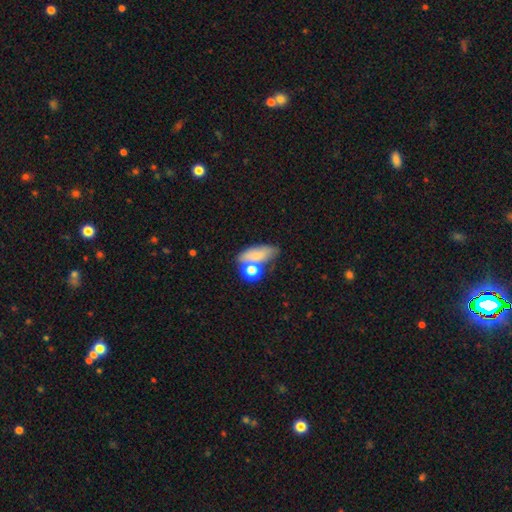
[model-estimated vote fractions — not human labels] smooth_or_featured: smooth (p=0.71) [alt: featured or disk p=0.18]
how_rounded: in between (p=0.72) [alt: round p=0.17]
merging: none (p=0.44) [alt: merger p=0.30]